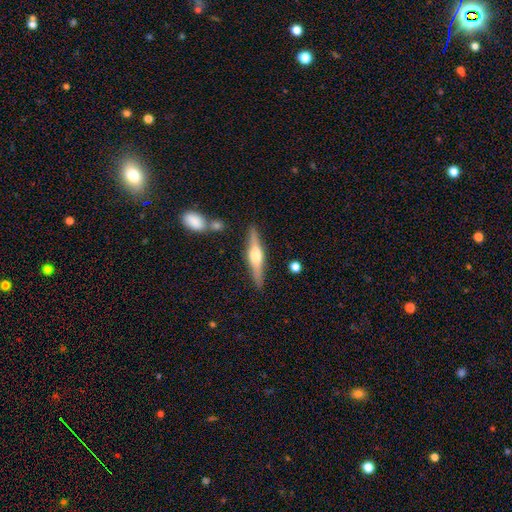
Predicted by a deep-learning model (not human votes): Smooth or featured?
  - featured or disk: 68% *
  - smooth: 26%
  - star or artifact: 6%
Edge-on disk?
  - yes: 97% *
  - no: 3%
Edge-on bulge?
  - rounded: 89% *
  - boxy: 8%
  - none: 3%
Merging?
  - none: 86% *
  - minor disturbance: 8%
  - merger: 4%
  - major disturbance: 2%